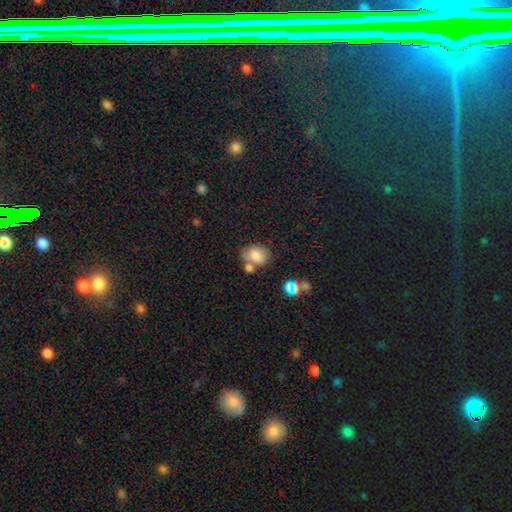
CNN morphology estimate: type=smooth (74%); roundness=in between (50%); merging=none (50%).